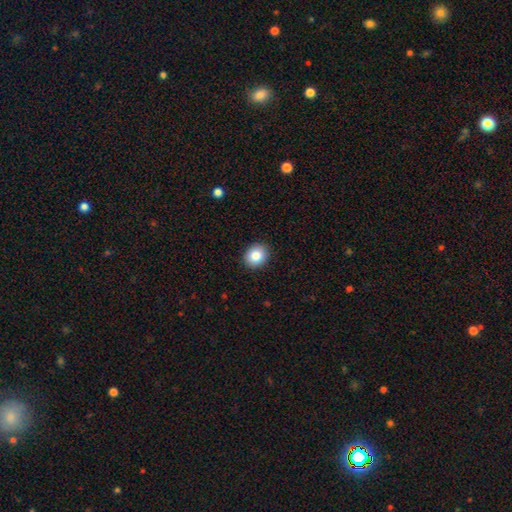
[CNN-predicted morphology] Overall: smooth (85%). How rounded: round (60%; in between 39%). Merging: none (91%).